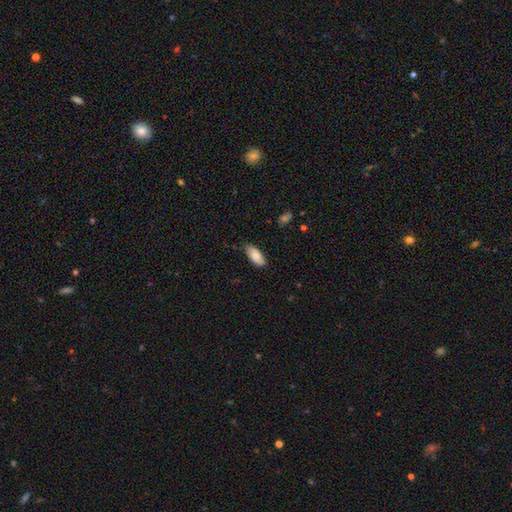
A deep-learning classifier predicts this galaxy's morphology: smooth-or-featured: smooth: 81% | featured or disk: 13% | star or artifact: 6%
  how-rounded: in between: 87% | cigar-shaped: 11% | round: 2%
  merging: none: 77% | minor disturbance: 19% | major disturbance: 3% | merger: 1%